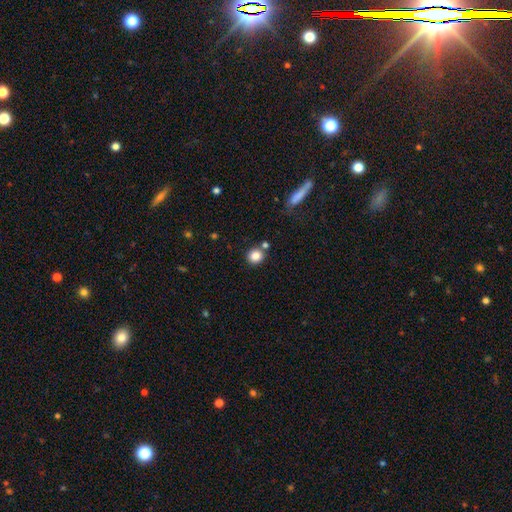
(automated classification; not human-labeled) Smooth or featured? Predicted: smooth (p=0.83). How rounded? Predicted: round (p=0.87). Merging? Predicted: none (p=0.77).